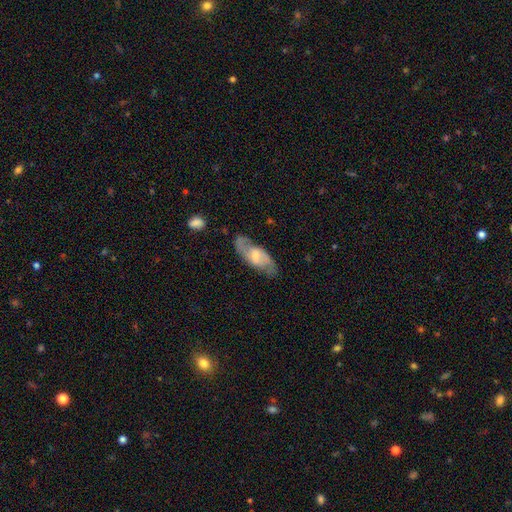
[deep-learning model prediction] Smooth or featured? featured or disk (66%)
Edge-on disk? no (88%)
Bar? weak (50%)
Spiral arms? yes (83%)
Bulge size? moderate (46%)
Merging? none (75%)